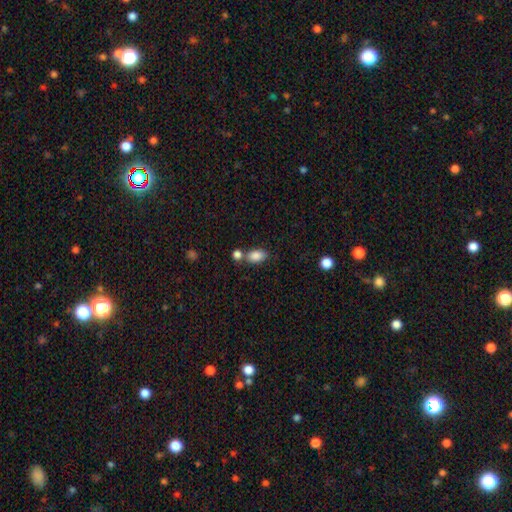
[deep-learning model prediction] Overall: smooth (85%). How rounded: in between (88%). Merging: none (55%; merger 30%).